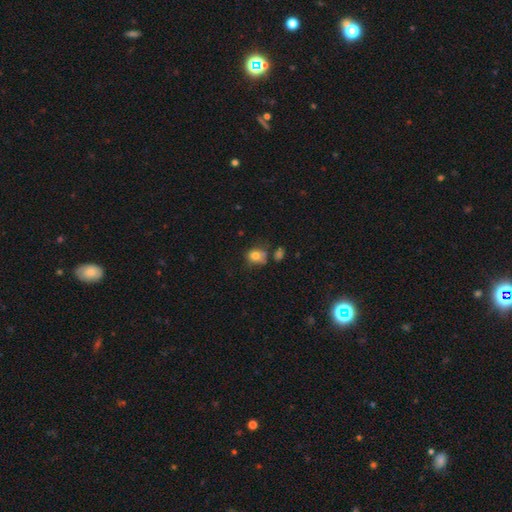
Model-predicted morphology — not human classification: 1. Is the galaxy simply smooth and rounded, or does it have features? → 77% smooth, 12% featured or disk, 11% star or artifact.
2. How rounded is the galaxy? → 53% round, 46% in between, 1% cigar-shaped.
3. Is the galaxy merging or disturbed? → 45% none, 26% minor disturbance, 16% merger, 13% major disturbance.